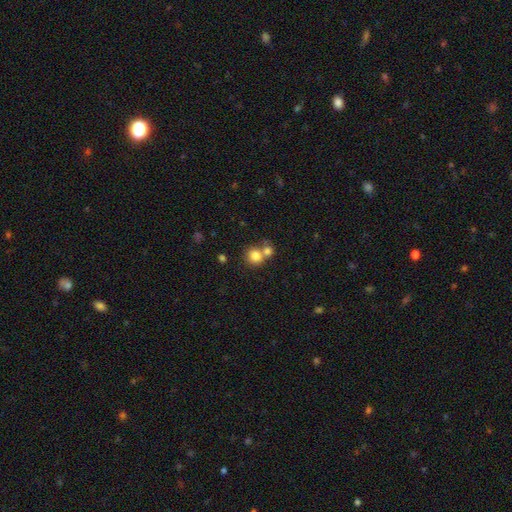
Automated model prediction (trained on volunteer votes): smooth 80%, star or artifact 11%, featured or disk 9%. Down the decision tree: how rounded — round (82%); merging — merger (44%, tied with none).